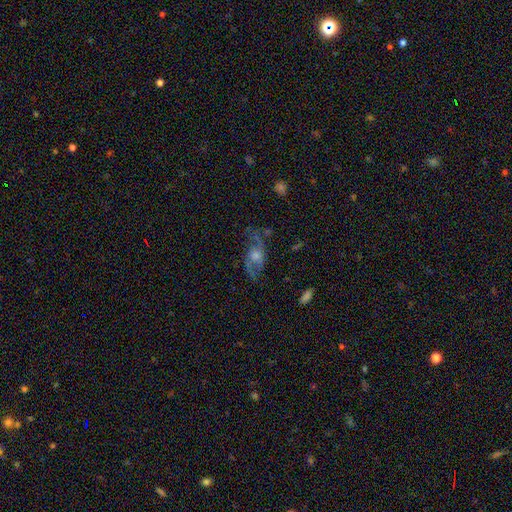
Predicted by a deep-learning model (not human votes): smooth_or_featured: featured or disk (p=0.68) [alt: smooth p=0.18]
disk_edge_on: no (p=0.88) [alt: yes p=0.12]
bar: no (p=0.68) [alt: weak p=0.26]
has_spiral_arms: yes (p=0.81) [alt: no p=0.19]
bulge_size: moderate (p=0.53) [alt: small p=0.23]
merging: none (p=0.65) [alt: minor disturbance p=0.18]